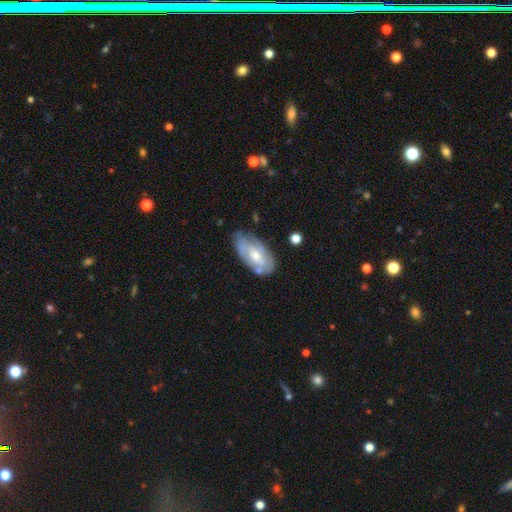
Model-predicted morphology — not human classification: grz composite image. It shows a featured or disk galaxy (56%) with no bar (53%), spiral arms (63%) and a moderate central bulge (54%). Merging: none (56%).